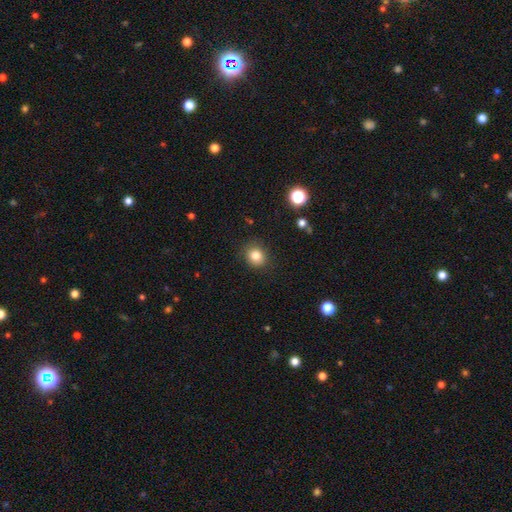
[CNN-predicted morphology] Overall: smooth (83%). How rounded: round (76%). Merging: none (87%).